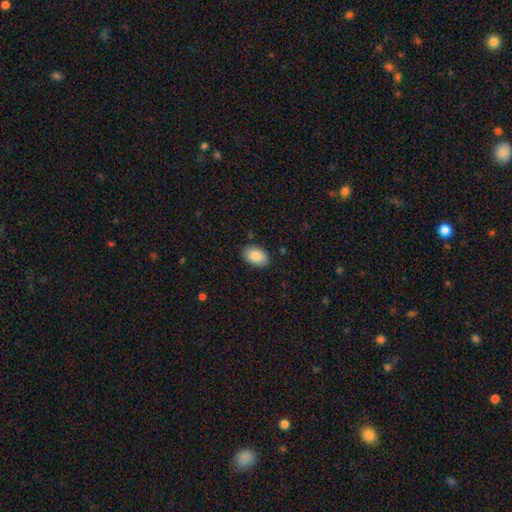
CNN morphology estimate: Overall: smooth (87%). How rounded: in between (90%). Merging: none (87%).